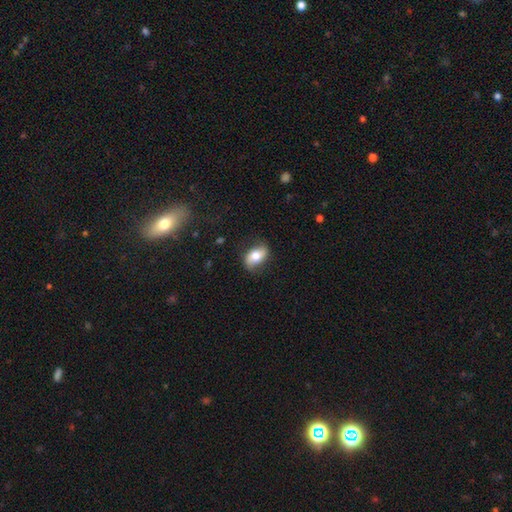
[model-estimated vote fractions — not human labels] A smooth galaxy with no disk features (61%) that is in between round and cigar-shaped (87%).

Vote fractions:
- Smooth or featured? smooth: 61% / featured or disk: 32% / star or artifact: 7%
- How rounded? in between: 87% / round: 10% / cigar-shaped: 3%
- Merging? none: 76% / minor disturbance: 17% / major disturbance: 5% / merger: 1%